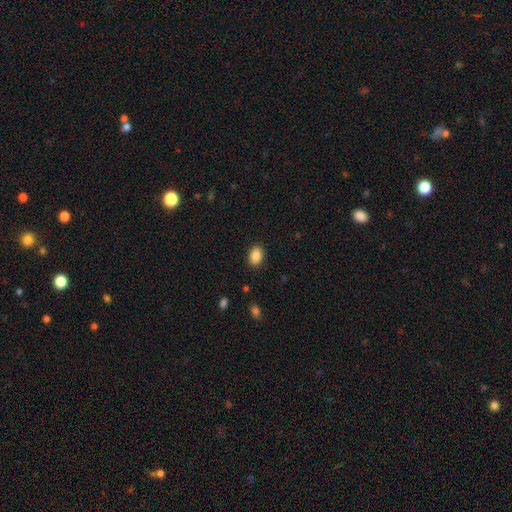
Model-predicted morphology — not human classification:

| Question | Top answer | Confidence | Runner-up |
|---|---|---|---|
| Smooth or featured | smooth | 88% | star or artifact (8%) |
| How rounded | in between | 81% | round (17%) |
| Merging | none | 89% | minor disturbance (8%) |